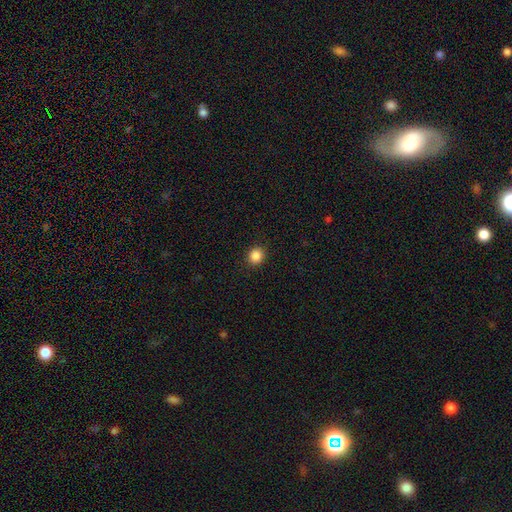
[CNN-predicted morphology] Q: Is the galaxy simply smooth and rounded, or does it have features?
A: smooth — 86%.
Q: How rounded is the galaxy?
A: round — 84%.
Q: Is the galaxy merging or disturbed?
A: none — 91%.